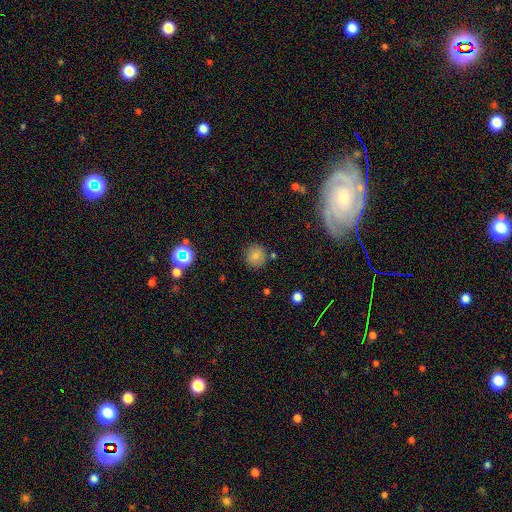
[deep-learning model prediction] This is likely a smooth galaxy (78%). How rounded: clearly round (92%). Merging: clearly none (83%).